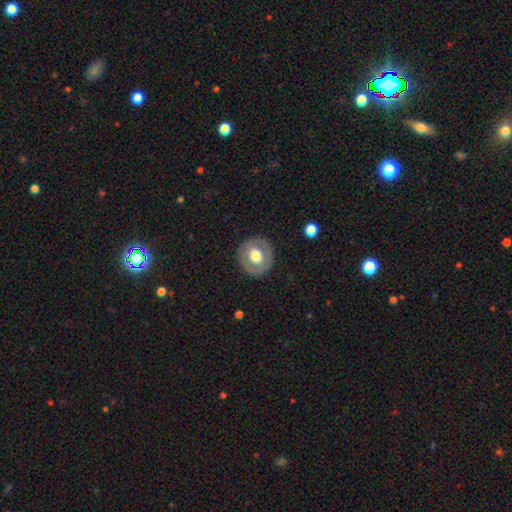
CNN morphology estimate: The model was most divided on "smooth or featured": smooth: 55%, featured or disk: 38%, star or artifact: 6%. More confident: merging — none (86%); how rounded — round (86%).